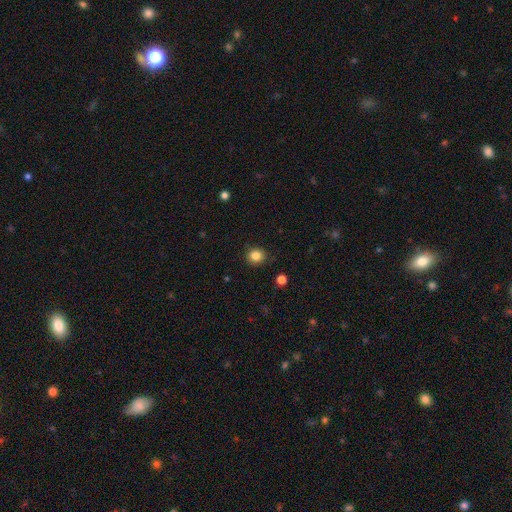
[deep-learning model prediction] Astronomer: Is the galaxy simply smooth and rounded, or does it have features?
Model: smooth — 84%.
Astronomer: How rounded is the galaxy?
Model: round — 84%.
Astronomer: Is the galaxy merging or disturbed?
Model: none — 88%.